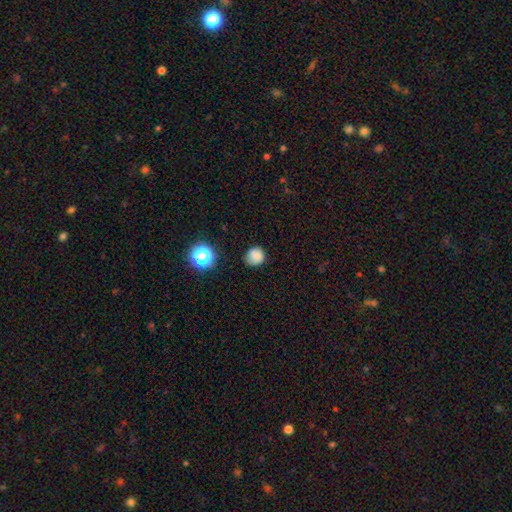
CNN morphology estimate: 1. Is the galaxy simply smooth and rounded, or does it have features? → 81% smooth, 14% star or artifact, 5% featured or disk.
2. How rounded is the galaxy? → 87% round, 13% in between, 1% cigar-shaped.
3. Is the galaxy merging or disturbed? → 77% none, 17% minor disturbance, 4% major disturbance, 2% merger.